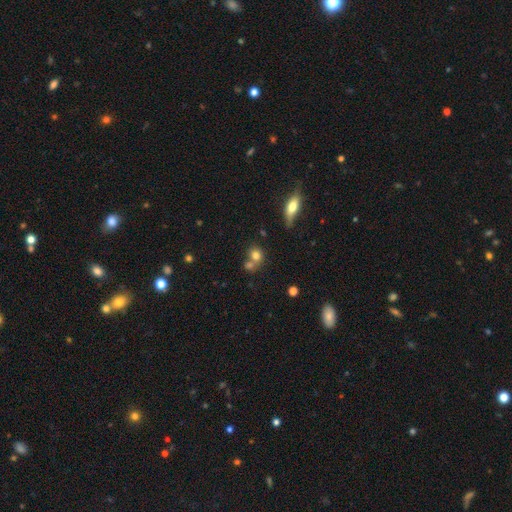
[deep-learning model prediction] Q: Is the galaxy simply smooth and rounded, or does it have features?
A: smooth — 76%.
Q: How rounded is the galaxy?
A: round — 75%.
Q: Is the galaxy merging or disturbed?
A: none — 46%.